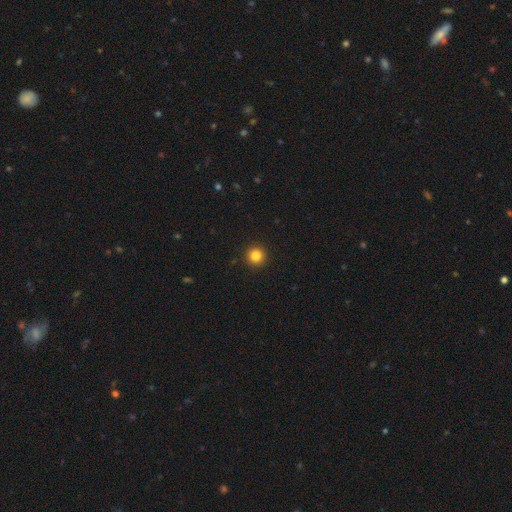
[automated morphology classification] smooth 84%, star or artifact 12%, featured or disk 4%. Down the decision tree: how rounded — round (96%); merging — none (93%).